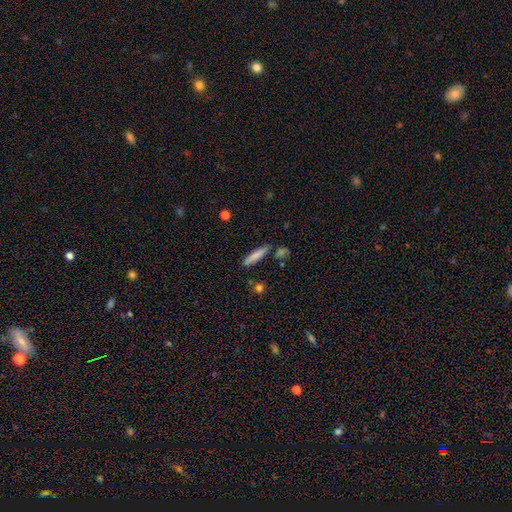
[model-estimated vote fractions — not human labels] smooth_or_featured: smooth (p=0.78) [alt: featured or disk p=0.16]
how_rounded: cigar-shaped (p=0.84) [alt: in between p=0.14]
merging: none (p=0.77) [alt: minor disturbance p=0.14]